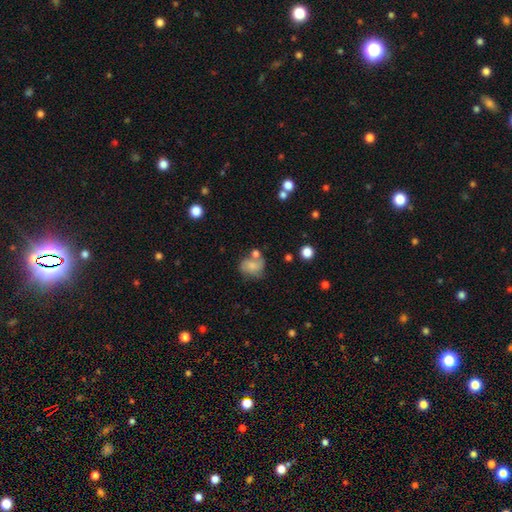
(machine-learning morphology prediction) smooth-or-featured: smooth: 49% | featured or disk: 36% | star or artifact: 15%
  merging: none: 51% | minor disturbance: 21% | merger: 18% | major disturbance: 9%